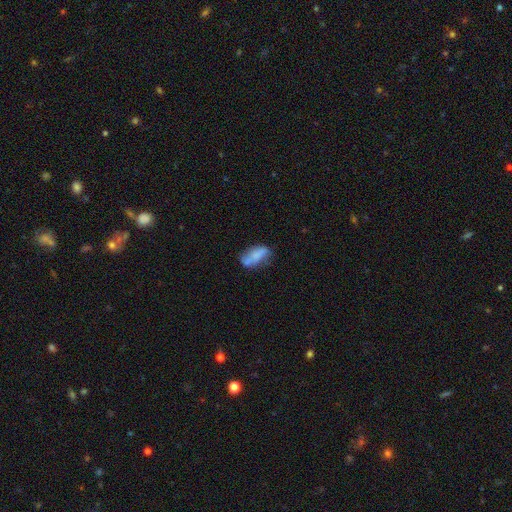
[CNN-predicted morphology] Smooth or featured? smooth (65%)
How rounded? in between (83%)
Merging? none (48%)